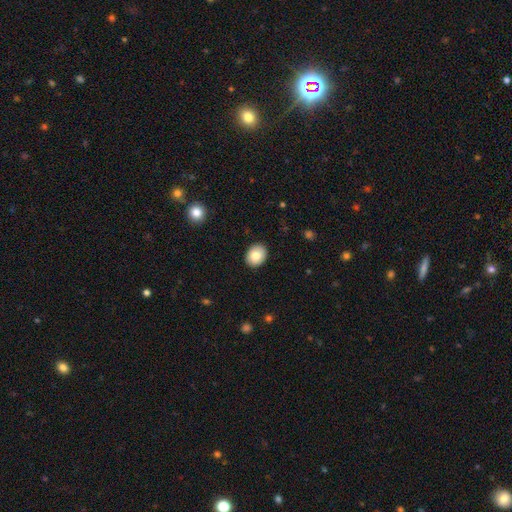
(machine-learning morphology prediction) A smooth galaxy with no disk features (82%) that is in between round and cigar-shaped (52%). Merging: none (90%).